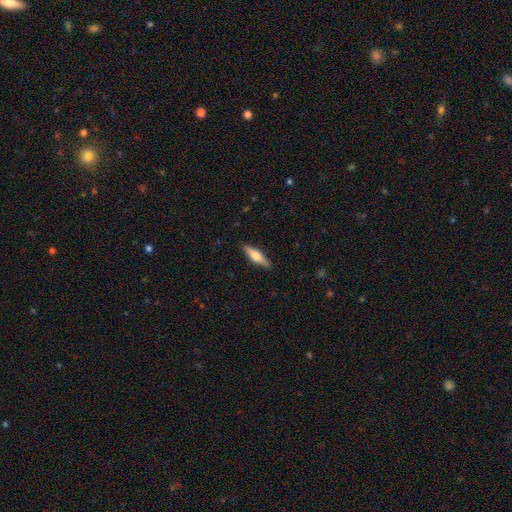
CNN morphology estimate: Smooth or featured: smooth — 52% (featured or disk — 43%)
How rounded: cigar-shaped — 67% (in between — 31%)
Merging: none — 89% (minor disturbance — 8%)